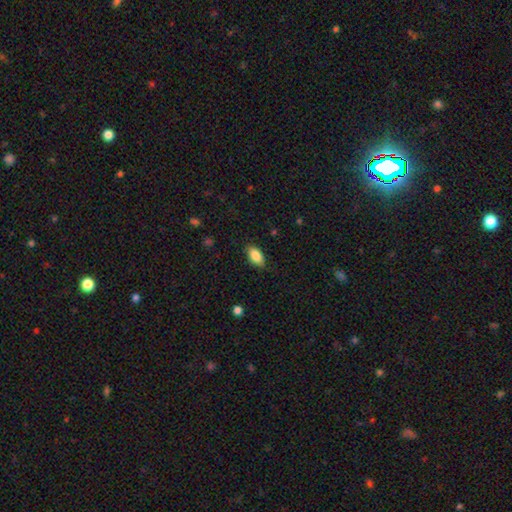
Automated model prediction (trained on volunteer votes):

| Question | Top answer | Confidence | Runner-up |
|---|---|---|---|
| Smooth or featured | smooth | 87% | star or artifact (7%) |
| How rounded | in between | 92% | cigar-shaped (4%) |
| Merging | none | 85% | minor disturbance (11%) |